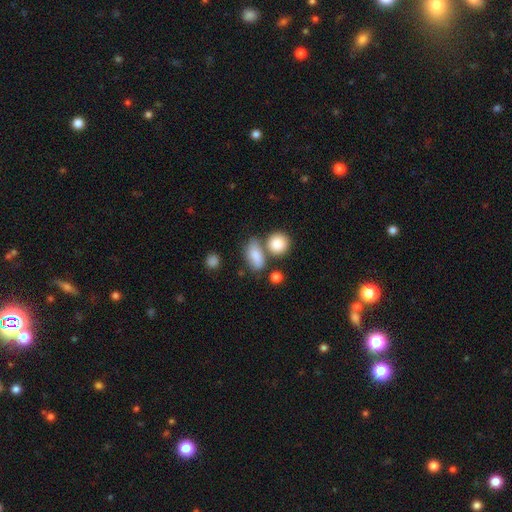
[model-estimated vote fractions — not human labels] Smooth or featured? Predicted: smooth (p=0.82). How rounded? Predicted: in between (p=0.80). Merging? Predicted: none (p=0.47).